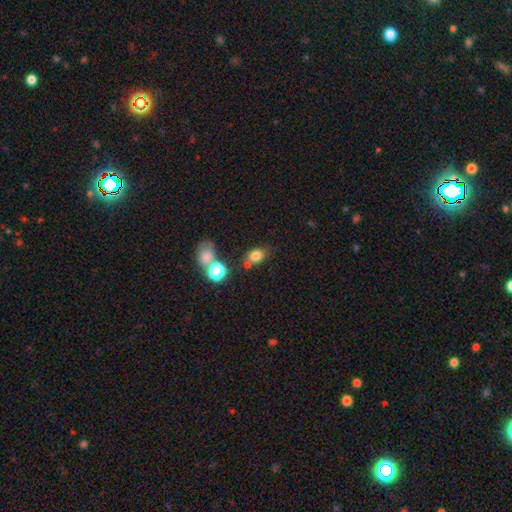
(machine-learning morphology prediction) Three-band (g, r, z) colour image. It shows a smooth galaxy with no disk features (78%) that is in between round and cigar-shaped (55%). Merging: none (58%).